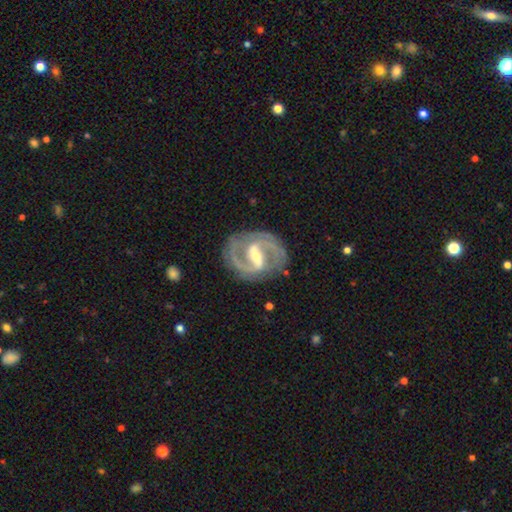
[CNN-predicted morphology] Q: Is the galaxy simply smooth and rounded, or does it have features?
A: featured or disk — 91%.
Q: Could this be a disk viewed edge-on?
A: no — 97%.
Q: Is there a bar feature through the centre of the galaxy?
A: strong — 63%.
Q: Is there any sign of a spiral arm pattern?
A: yes — 96%.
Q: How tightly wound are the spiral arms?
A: medium — 54%.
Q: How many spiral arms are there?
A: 2 — 89%.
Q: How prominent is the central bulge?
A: moderate — 49%.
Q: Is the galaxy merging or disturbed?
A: none — 81%.